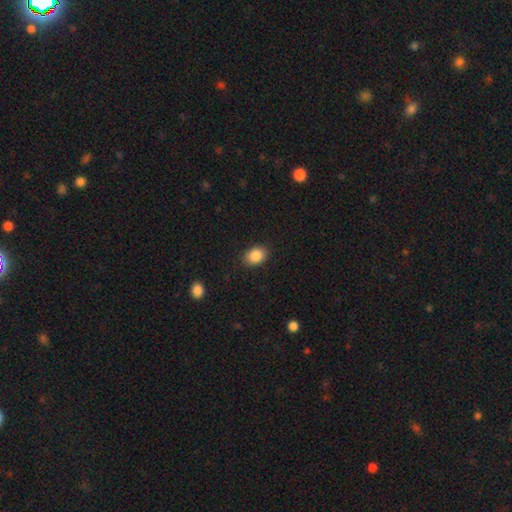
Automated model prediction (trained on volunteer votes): This appears to be a smooth galaxy with no disk features (87%) that is in between round and cigar-shaped (67%). Merging: none (89%).